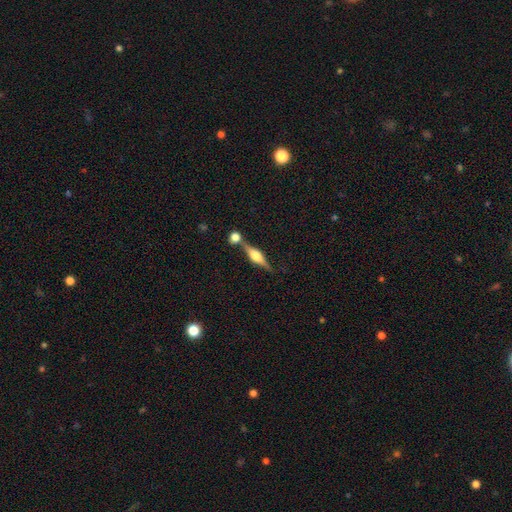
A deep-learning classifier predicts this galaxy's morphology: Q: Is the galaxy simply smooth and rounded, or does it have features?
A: featured or disk — 76%.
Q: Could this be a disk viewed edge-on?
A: yes — 97%.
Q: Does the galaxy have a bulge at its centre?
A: rounded — 89%.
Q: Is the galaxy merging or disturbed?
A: none — 70%.